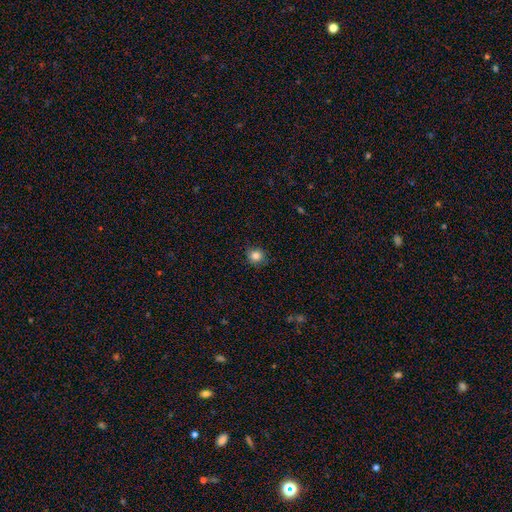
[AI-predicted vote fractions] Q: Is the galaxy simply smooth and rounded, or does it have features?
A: smooth — 84%.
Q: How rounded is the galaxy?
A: round — 89%.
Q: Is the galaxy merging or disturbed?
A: none — 86%.